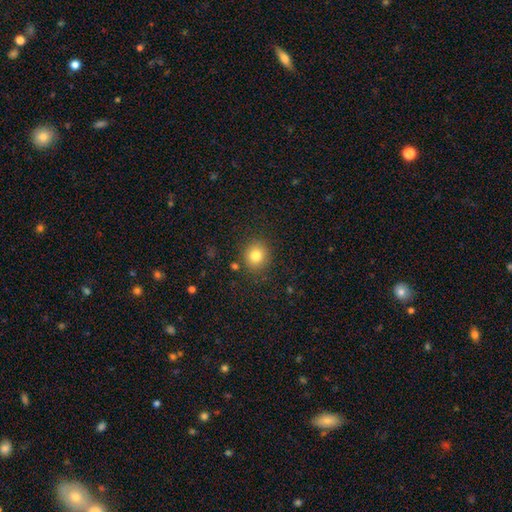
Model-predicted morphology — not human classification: This appears to be a smooth galaxy with no disk features (81%) that is round (86%). Merging: none (86%).